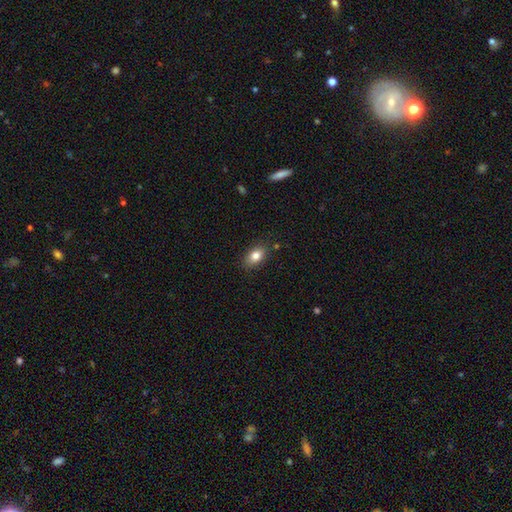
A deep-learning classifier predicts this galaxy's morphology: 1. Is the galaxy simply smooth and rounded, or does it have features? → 82% smooth, 9% featured or disk, 9% star or artifact.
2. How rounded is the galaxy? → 85% in between, 13% round, 2% cigar-shaped.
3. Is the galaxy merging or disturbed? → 83% none, 13% minor disturbance, 3% major disturbance, 2% merger.